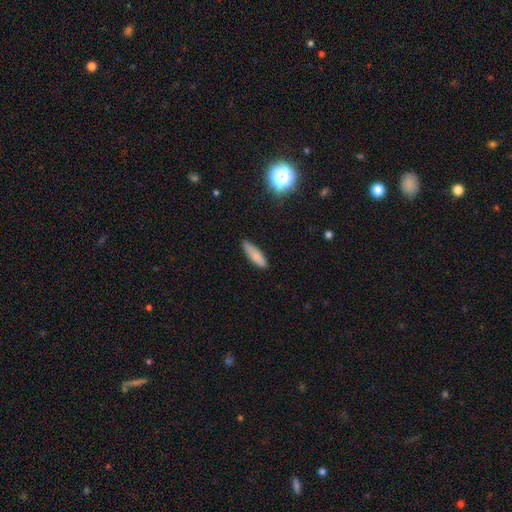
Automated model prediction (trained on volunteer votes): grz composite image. It shows a smooth galaxy with no disk features (81%) that is cigar-shaped (54%). Merging: none (79%).